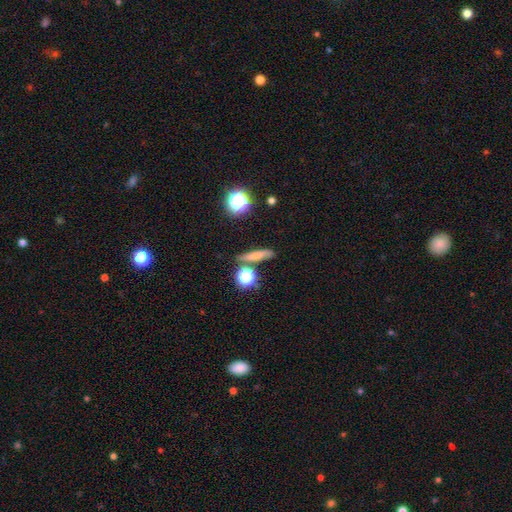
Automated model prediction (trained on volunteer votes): smooth 64%, featured or disk 21%, star or artifact 15%. Down the decision tree: how rounded — cigar-shaped (70%); merging — none (76%).